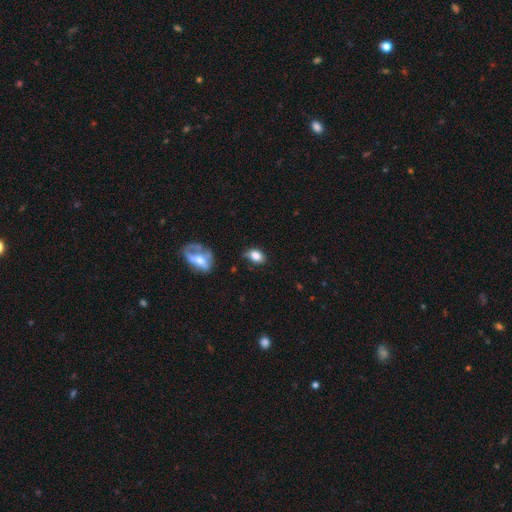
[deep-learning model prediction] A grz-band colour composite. It shows a smooth galaxy with no disk features (78%) that is in between round and cigar-shaped (71%). Merging: none (51%).